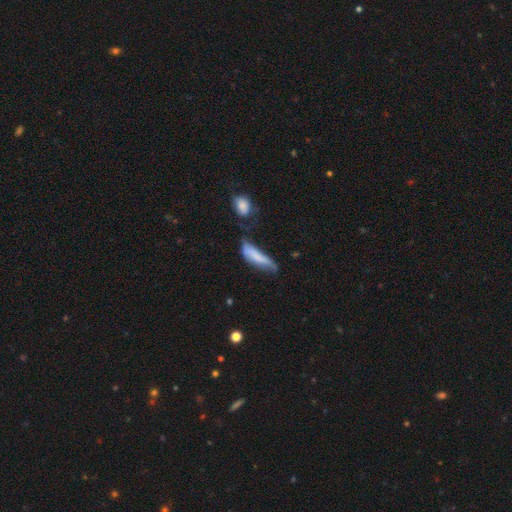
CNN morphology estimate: A smooth galaxy with no disk features (67%) that is cigar-shaped (64%). Merging: minor disturbance (30%).